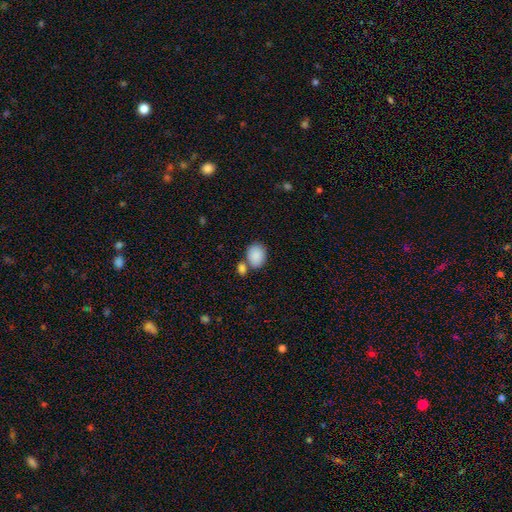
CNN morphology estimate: Smooth or featured: smooth — 89% (star or artifact — 7%)
How rounded: in between — 60% (round — 39%)
Merging: none — 58% (merger — 25%)